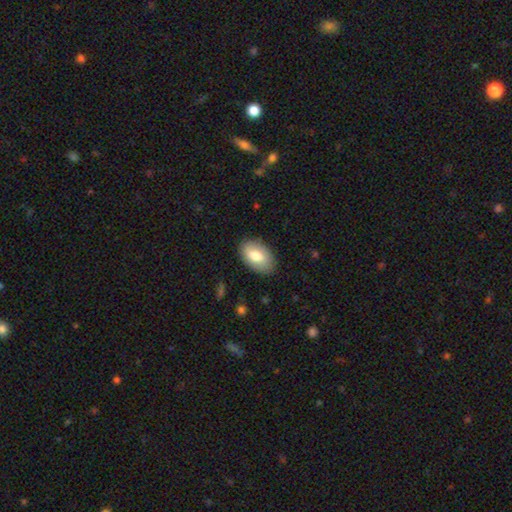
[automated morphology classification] A smooth galaxy with no disk features (73%) that is in between round and cigar-shaped (92%). Merging: none (85%).